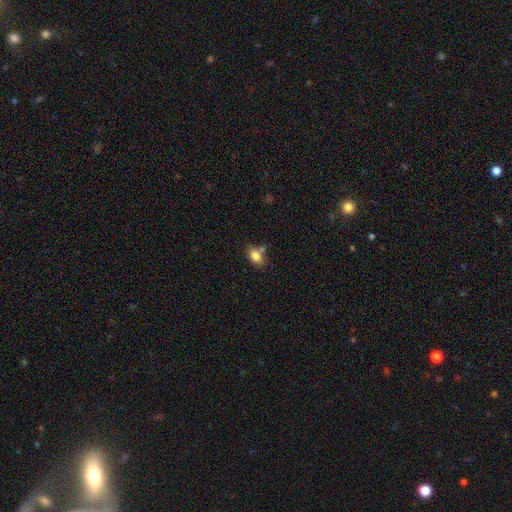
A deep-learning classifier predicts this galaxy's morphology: Smooth or featured? Predicted: smooth (p=0.82). How rounded? Predicted: in between (p=0.83). Merging? Predicted: none (p=0.59).